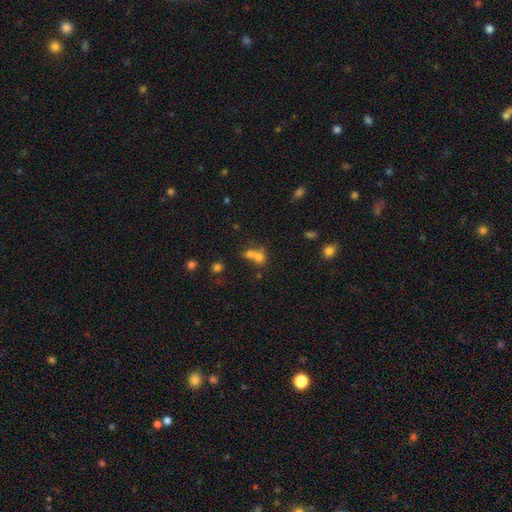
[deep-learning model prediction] This is likely a smooth galaxy (68%). How rounded: possibly round (57%). Merging: likely merger (62%).